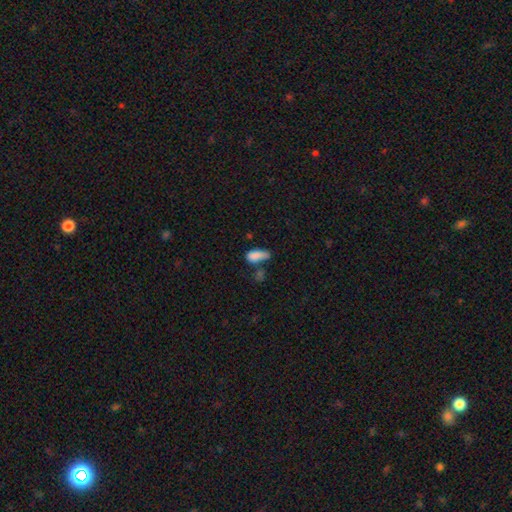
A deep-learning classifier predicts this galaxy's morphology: Smooth or featured: smooth — 82% (star or artifact — 9%)
How rounded: in between — 80% (cigar-shaped — 16%)
Merging: none — 36% (minor disturbance — 26%)